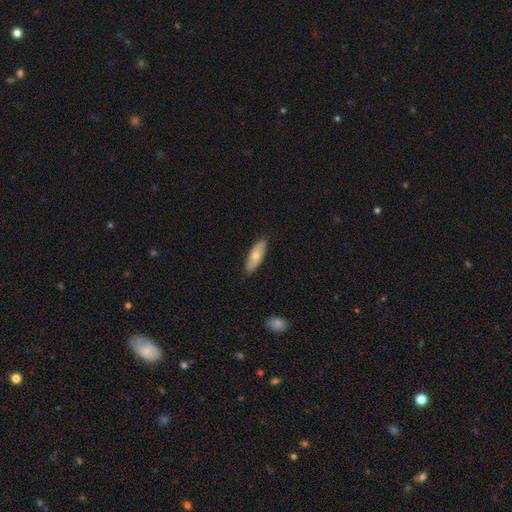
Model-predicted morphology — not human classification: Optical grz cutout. It shows a smooth galaxy with no disk features (65%) that is in between round and cigar-shaped (63%). Merging: none (86%).